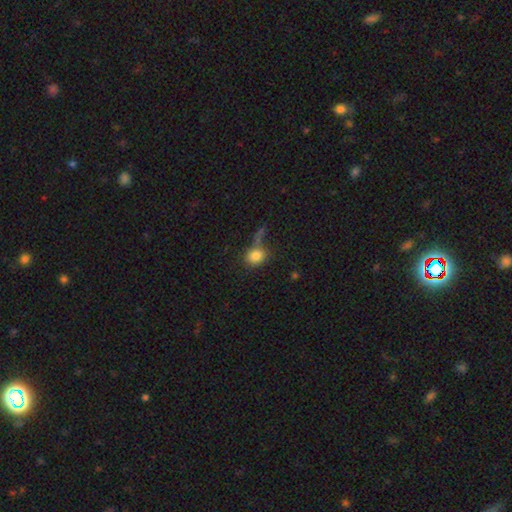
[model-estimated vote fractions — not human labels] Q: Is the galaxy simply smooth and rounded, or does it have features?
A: smooth — 82%.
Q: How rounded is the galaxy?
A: round — 53%.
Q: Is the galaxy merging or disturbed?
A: none — 52%.